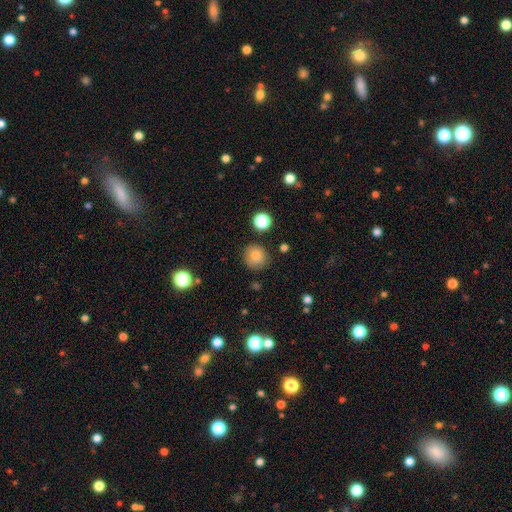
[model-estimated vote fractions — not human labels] Smooth or featured?
  - smooth: 84% *
  - star or artifact: 10%
  - featured or disk: 6%
How rounded?
  - round: 90% *
  - in between: 9%
  - cigar-shaped: 1%
Merging?
  - none: 83% *
  - minor disturbance: 11%
  - major disturbance: 3%
  - merger: 3%